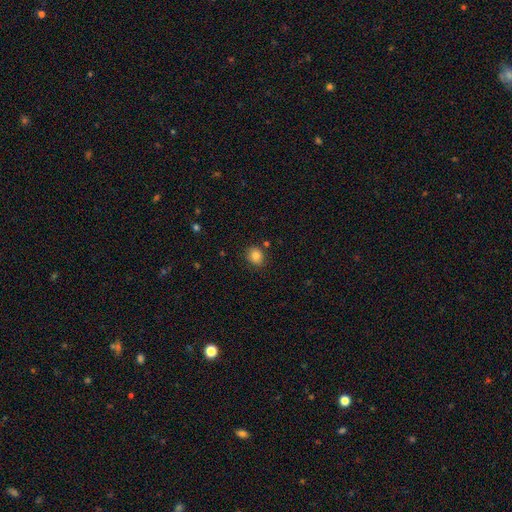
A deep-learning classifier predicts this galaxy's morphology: Smooth or featured? Predicted: smooth (p=0.83). How rounded? Predicted: round (p=0.76). Merging? Predicted: none (p=0.84).